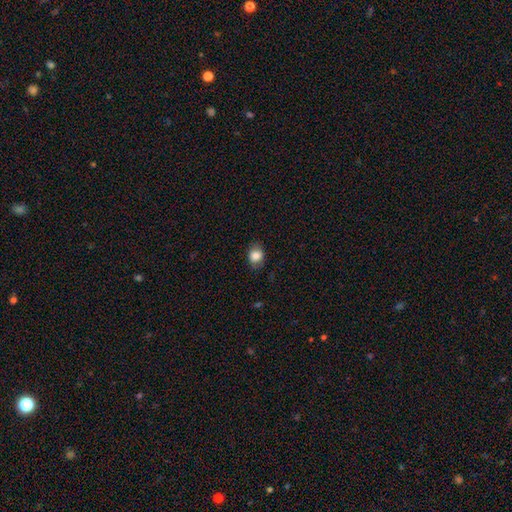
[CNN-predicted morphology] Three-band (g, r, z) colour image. It shows a smooth galaxy with no disk features (84%) that is in between round and cigar-shaped (58%). Merging: none (81%).